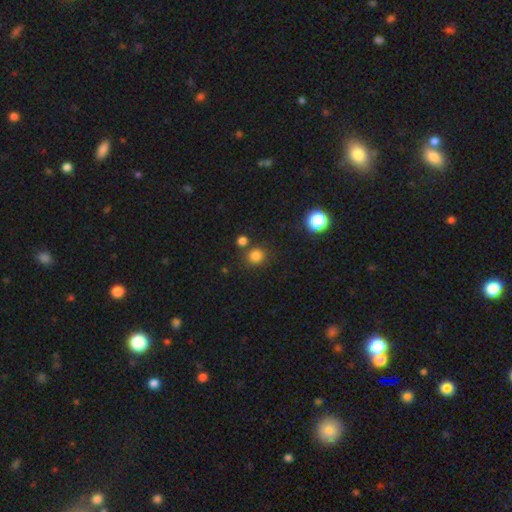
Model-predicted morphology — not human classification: smooth_or_featured: smooth (p=0.81) [alt: star or artifact p=0.15]
how_rounded: round (p=0.85) [alt: in between p=0.14]
merging: none (p=0.78) [alt: merger p=0.10]